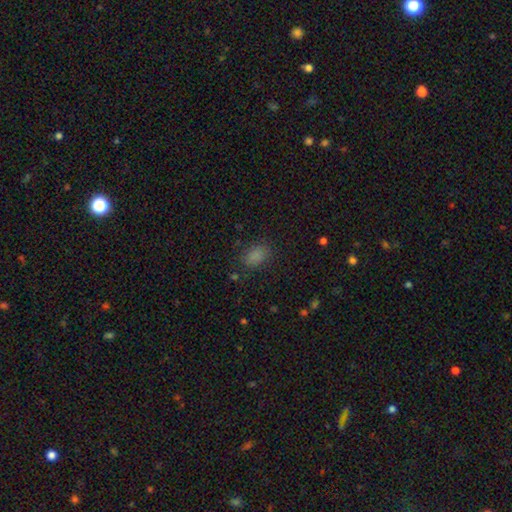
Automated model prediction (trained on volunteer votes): Overall: smooth (83%). How rounded: in between (85%). Merging: none (82%).